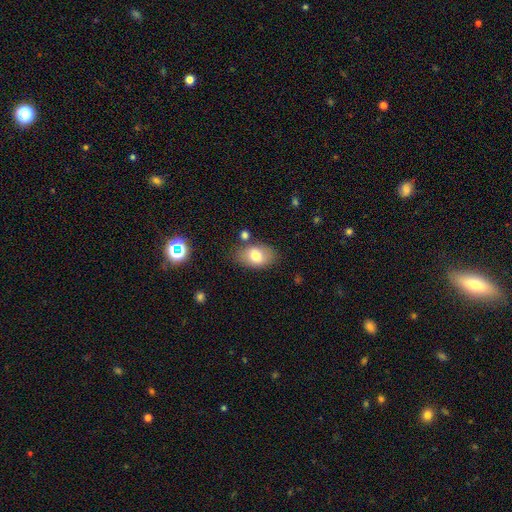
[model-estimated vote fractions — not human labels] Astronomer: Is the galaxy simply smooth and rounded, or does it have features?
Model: smooth — 75%.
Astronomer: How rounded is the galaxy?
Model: in between — 87%.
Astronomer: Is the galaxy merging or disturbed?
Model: none — 74%.